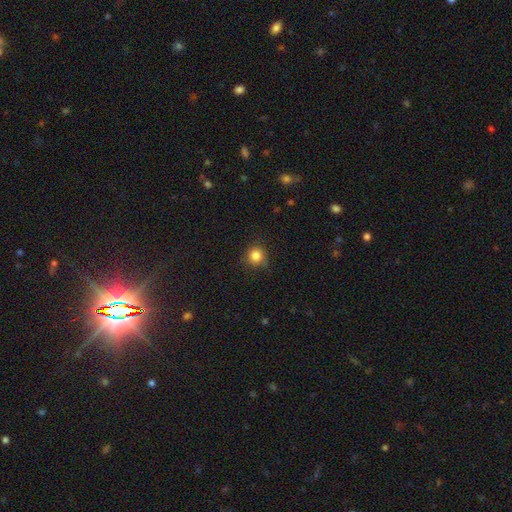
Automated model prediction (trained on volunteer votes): Morphology: type=smooth (84%); roundness=round (91%); merging=none (82%).